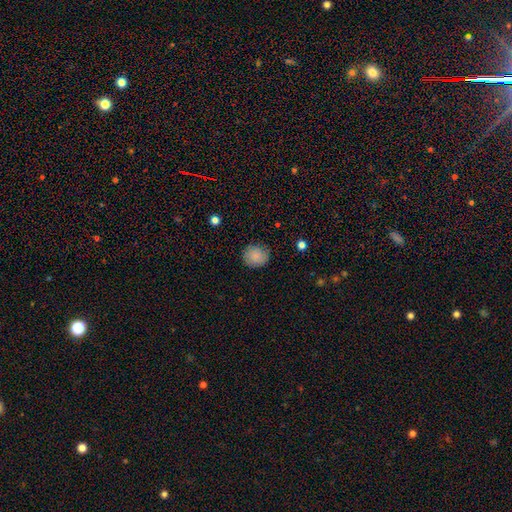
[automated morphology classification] This is clearly a smooth galaxy (86%). How rounded: clearly round (83%). Merging: clearly none (84%).